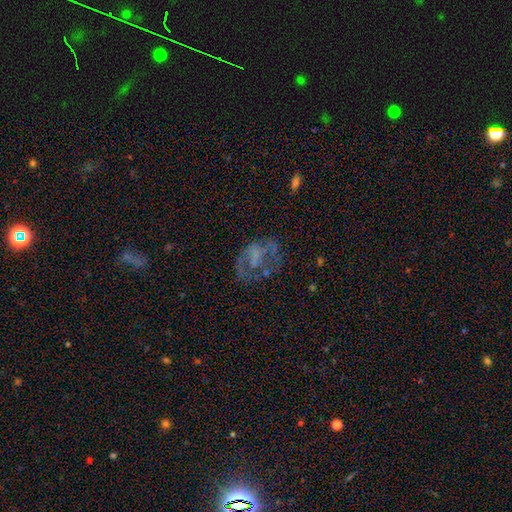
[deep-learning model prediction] Overall: featured or disk (58%; smooth 25%). Edge-on disk: no (97%). Bar: no (68%). Spiral arms: no (62%; yes 38%). Bulge size: none (65%). Merging: none (44%; major disturbance 33%).